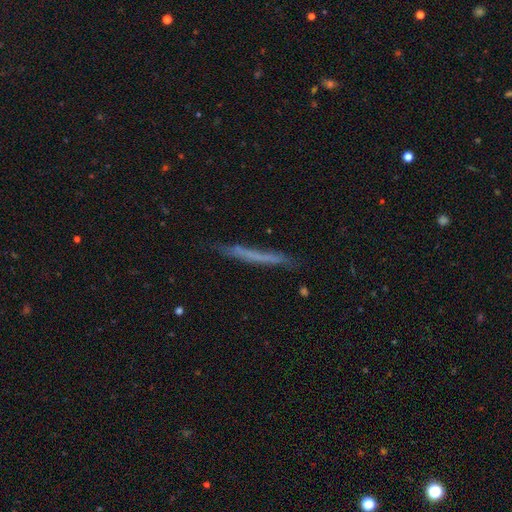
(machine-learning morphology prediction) The model was most divided on "smooth or featured": smooth: 51%, featured or disk: 42%, star or artifact: 8%. More confident: how rounded — cigar-shaped (97%); merging — none (82%).